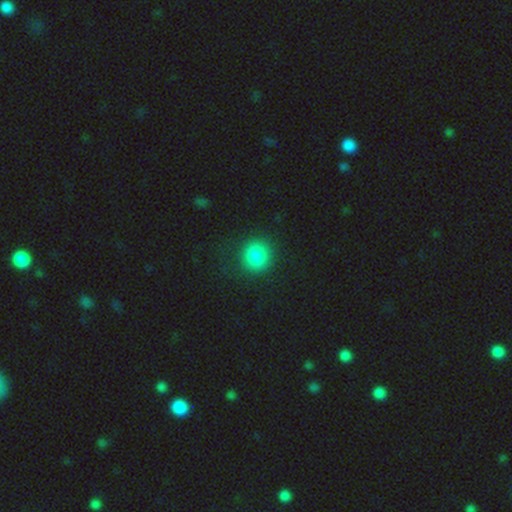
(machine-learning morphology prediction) Q: Smooth or featured?
A: smooth (84%); runner-up: star or artifact (12%)
Q: How rounded?
A: round (87%); runner-up: in between (12%)
Q: Merging?
A: none (84%); runner-up: minor disturbance (9%)